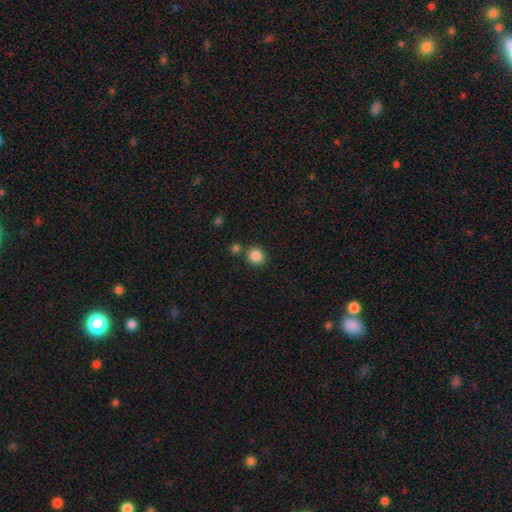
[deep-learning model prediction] The model was most divided on "merging": none: 78%, merger: 11%, minor disturbance: 8%, major disturbance: 3%. More confident: how rounded — round (89%); smooth or featured — smooth (87%).